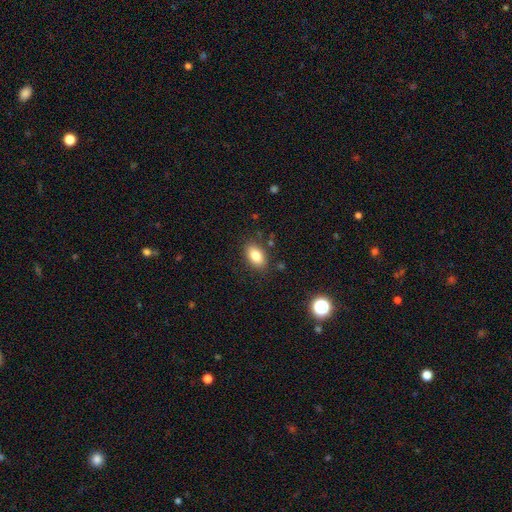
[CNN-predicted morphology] Smooth or featured: smooth — 83% (featured or disk — 9%)
How rounded: in between — 89% (round — 8%)
Merging: none — 84% (minor disturbance — 11%)